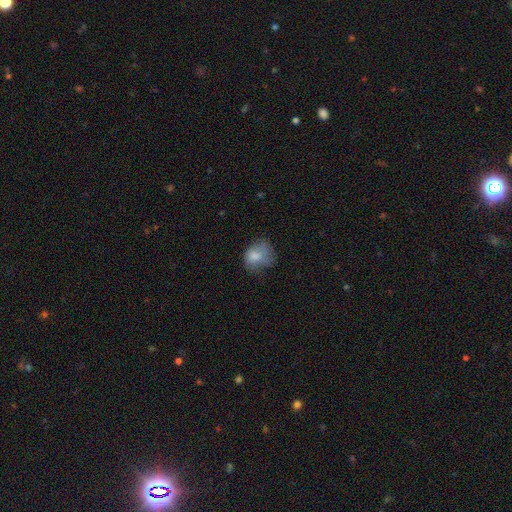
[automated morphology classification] This is likely a smooth galaxy (75%). How rounded: possibly round (50%). Merging: marginally none (41%).